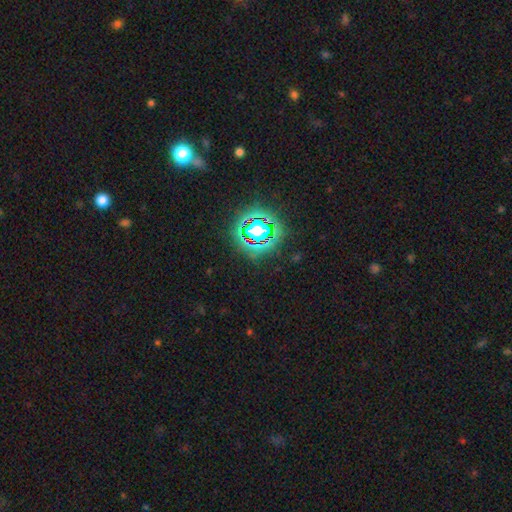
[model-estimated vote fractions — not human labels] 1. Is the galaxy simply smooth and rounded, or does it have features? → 81% star or artifact, 12% smooth, 7% featured or disk.